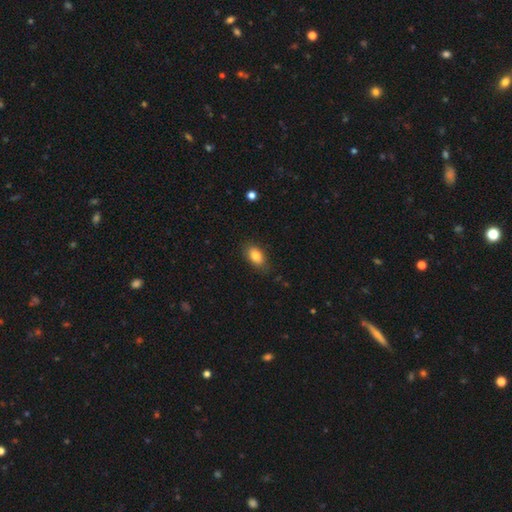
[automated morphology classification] A smooth galaxy with no disk features (83%) that is in between round and cigar-shaped (89%).

Vote fractions:
- Smooth or featured? smooth: 83% / featured or disk: 9% / star or artifact: 8%
- How rounded? in between: 89% / round: 8% / cigar-shaped: 3%
- Merging? none: 83% / minor disturbance: 13% / major disturbance: 3% / merger: 1%